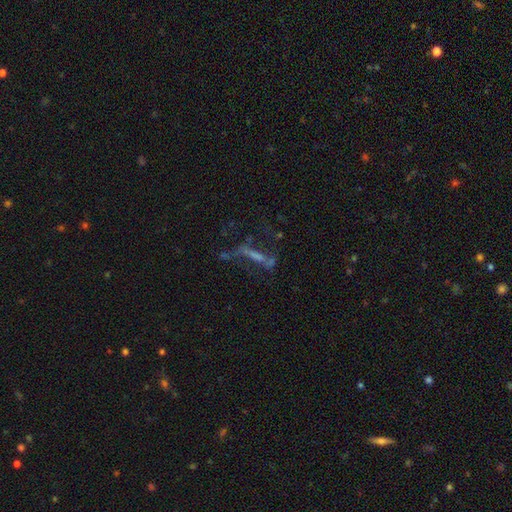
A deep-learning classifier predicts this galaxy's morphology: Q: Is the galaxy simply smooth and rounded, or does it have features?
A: featured or disk — 53%.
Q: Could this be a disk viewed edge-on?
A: no — 61%.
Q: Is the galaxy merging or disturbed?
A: none — 41%.